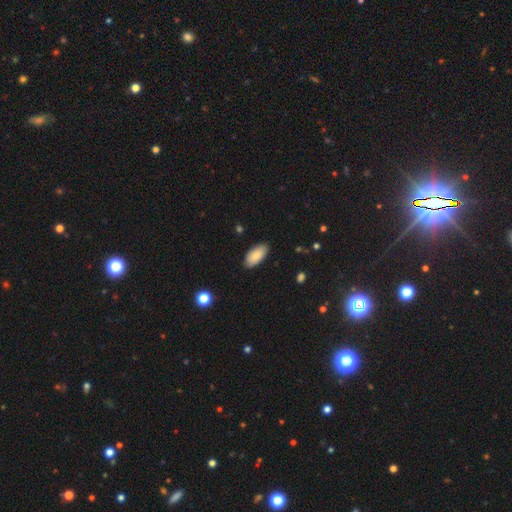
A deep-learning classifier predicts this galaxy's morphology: smooth_or_featured: smooth (p=0.84) [alt: featured or disk p=0.10]
how_rounded: in between (p=0.94) [alt: cigar-shaped p=0.04]
merging: none (p=0.86) [alt: minor disturbance p=0.11]